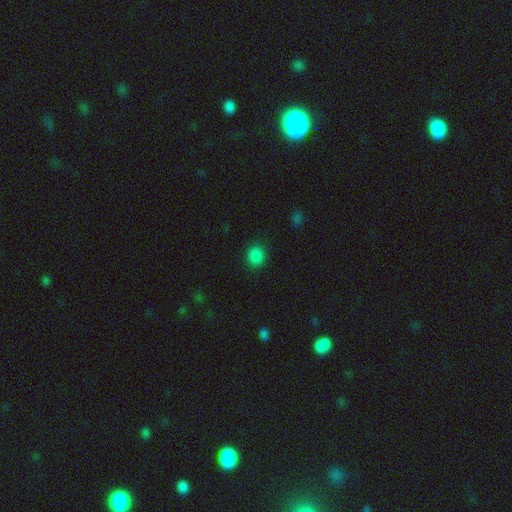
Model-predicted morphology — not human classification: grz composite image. It shows a smooth galaxy with no disk features (85%) that is round (74%). Merging: none (89%).